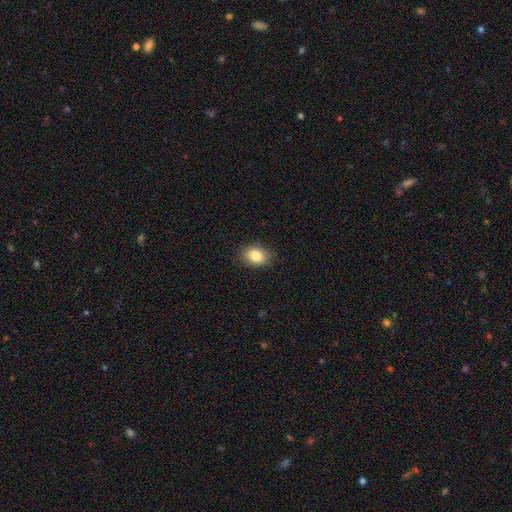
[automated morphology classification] type=smooth (85%); roundness=in between (71%); merging=none (85%).